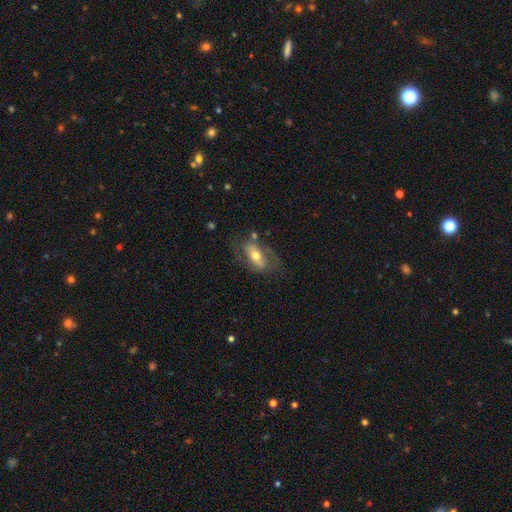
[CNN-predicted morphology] This appears to be a featured or disk galaxy (52%). Merging: none (58%).